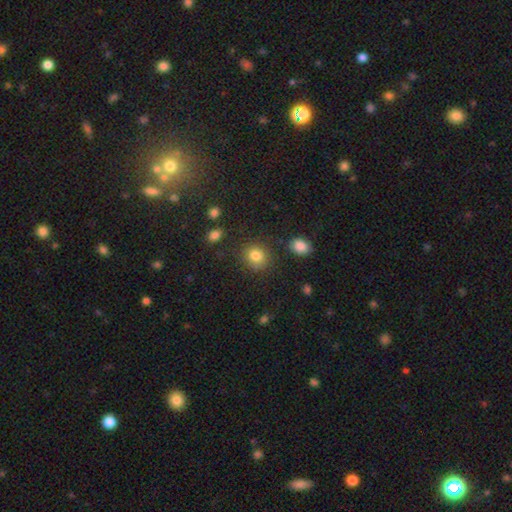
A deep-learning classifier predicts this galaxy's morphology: smooth 83%, star or artifact 11%, featured or disk 6%. Down the decision tree: how rounded — round (79%); merging — none (82%).